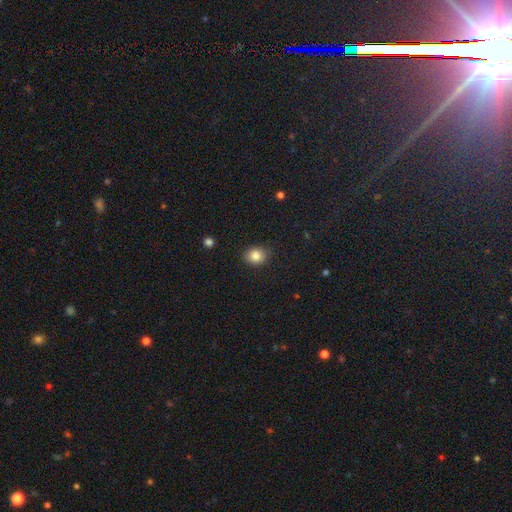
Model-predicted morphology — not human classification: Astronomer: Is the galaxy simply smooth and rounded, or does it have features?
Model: smooth — 83%.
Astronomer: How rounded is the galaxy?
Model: round — 67%.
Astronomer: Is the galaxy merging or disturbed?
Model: none — 86%.